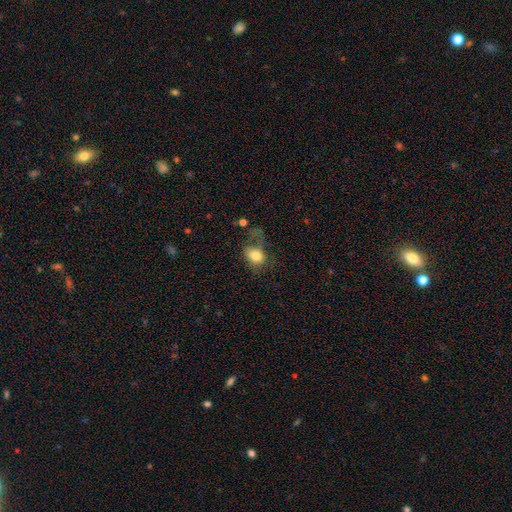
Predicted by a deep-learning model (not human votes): Smooth or featured?
  - smooth: 75% *
  - featured or disk: 16%
  - star or artifact: 9%
How rounded?
  - in between: 65% *
  - round: 33%
  - cigar-shaped: 1%
Merging?
  - major disturbance: 46% *
  - none: 26%
  - minor disturbance: 21%
  - merger: 7%